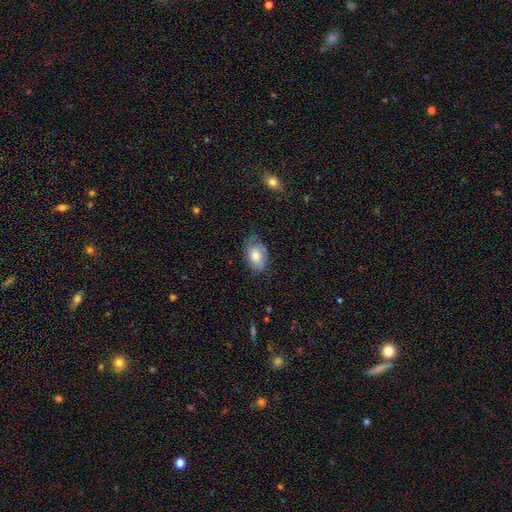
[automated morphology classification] The model was most divided on "merging": none: 61%, minor disturbance: 29%, major disturbance: 9%, merger: 1%. More confident: how rounded — in between (90%); smooth or featured — smooth (65%).